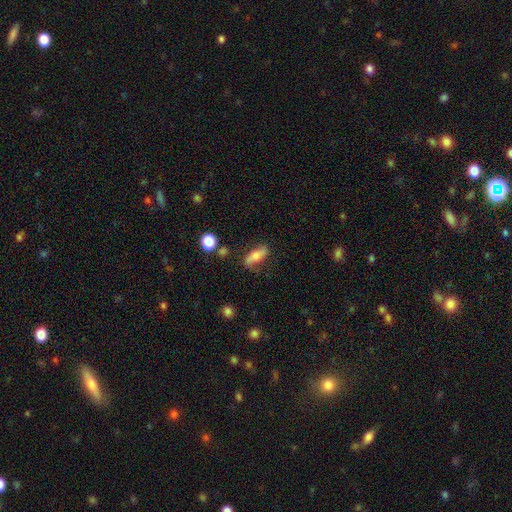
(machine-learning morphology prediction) This is possibly a smooth galaxy (59%). How rounded: likely in between (63%). Merging: likely none (70%).